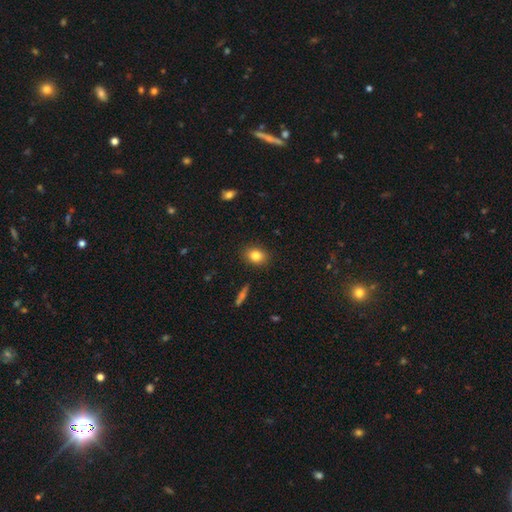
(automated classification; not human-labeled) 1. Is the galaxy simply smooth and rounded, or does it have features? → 82% smooth, 10% star or artifact, 8% featured or disk.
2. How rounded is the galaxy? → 54% in between, 44% round, 2% cigar-shaped.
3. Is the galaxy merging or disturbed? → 89% none, 8% minor disturbance, 2% major disturbance, 1% merger.